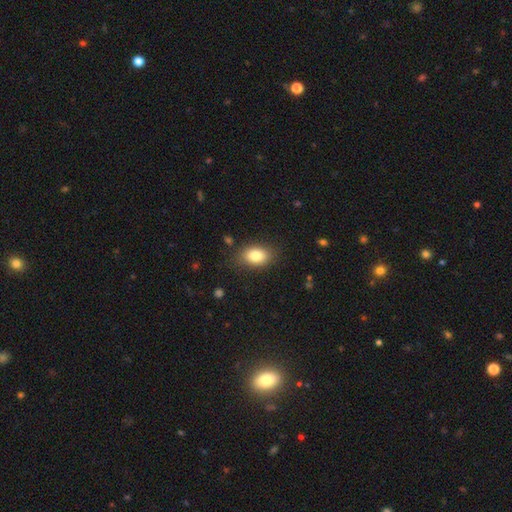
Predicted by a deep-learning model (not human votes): Smooth or featured?
  - smooth: 83% *
  - featured or disk: 9%
  - star or artifact: 8%
How rounded?
  - in between: 83% *
  - round: 16%
  - cigar-shaped: 1%
Merging?
  - none: 83% *
  - minor disturbance: 12%
  - major disturbance: 3%
  - merger: 1%